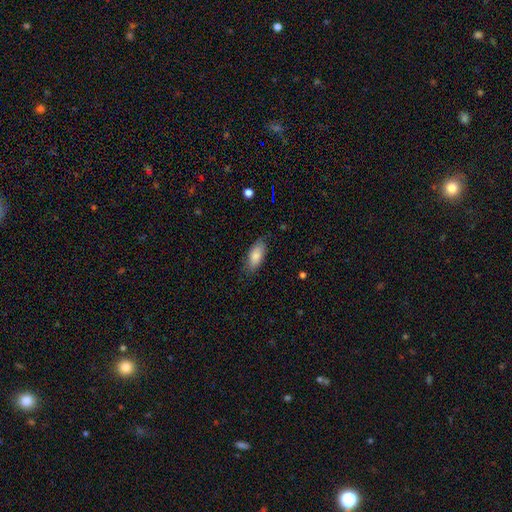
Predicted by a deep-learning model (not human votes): This appears to be a smooth galaxy with no disk features (83%) that is in between round and cigar-shaped (87%). Merging: none (79%).